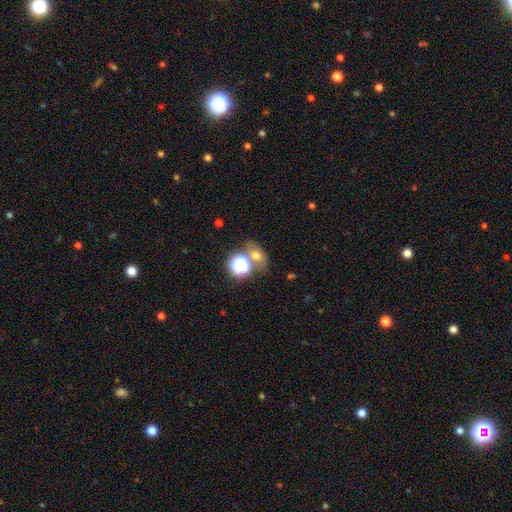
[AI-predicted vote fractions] Q: Smooth or featured?
A: smooth (61%); runner-up: star or artifact (24%)
Q: How rounded?
A: in between (54%); runner-up: round (44%)
Q: Merging?
A: none (55%); runner-up: merger (26%)